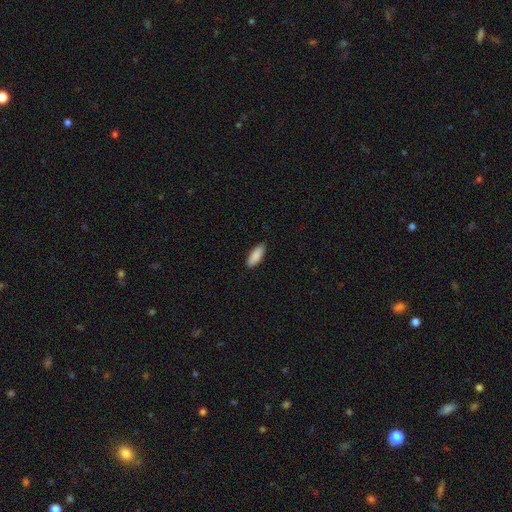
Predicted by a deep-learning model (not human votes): smooth-or-featured: smooth: 89% | star or artifact: 6% | featured or disk: 5%
  how-rounded: in between: 71% | cigar-shaped: 27% | round: 2%
  merging: none: 88% | minor disturbance: 9% | major disturbance: 2% | merger: 1%